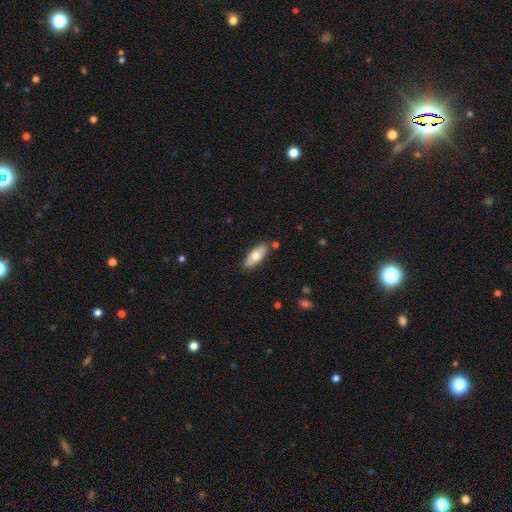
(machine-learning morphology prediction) A smooth galaxy with no disk features (65%) that is in between round and cigar-shaped (79%).

Vote fractions:
- Smooth or featured? smooth: 65% / featured or disk: 29% / star or artifact: 6%
- How rounded? in between: 79% / cigar-shaped: 19% / round: 2%
- Merging? none: 83% / minor disturbance: 11% / merger: 3% / major disturbance: 2%